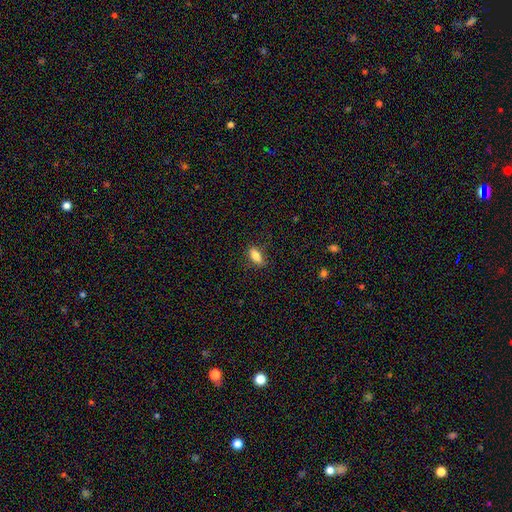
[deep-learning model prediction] Smooth or featured? smooth (79%)
How rounded? in between (79%)
Merging? none (82%)